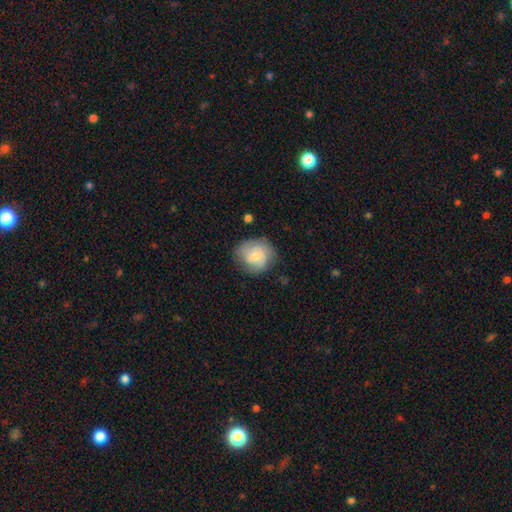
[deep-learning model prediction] Smooth or featured? Predicted: smooth (p=0.53). How rounded? Predicted: round (p=0.83). Merging? Predicted: none (p=0.73).